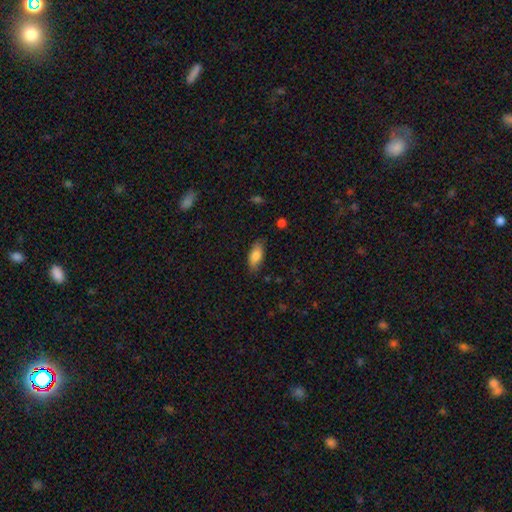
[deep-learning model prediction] smooth_or_featured: smooth (p=0.81) [alt: featured or disk p=0.12]
how_rounded: in between (p=0.84) [alt: cigar-shaped p=0.13]
merging: none (p=0.82) [alt: minor disturbance p=0.14]